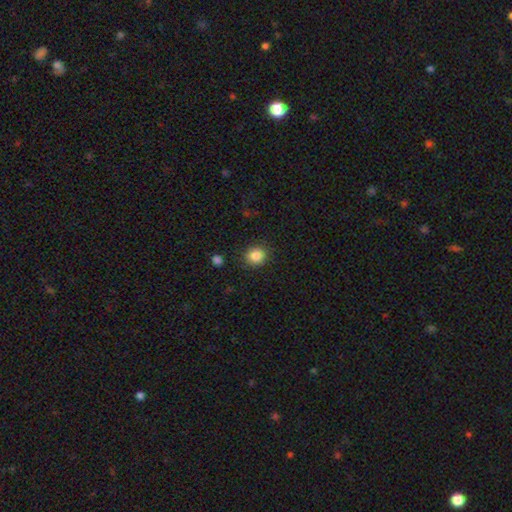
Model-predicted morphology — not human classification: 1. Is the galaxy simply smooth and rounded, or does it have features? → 86% smooth, 10% star or artifact, 4% featured or disk.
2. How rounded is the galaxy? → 81% round, 18% in between, 1% cigar-shaped.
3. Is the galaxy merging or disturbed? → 87% none, 8% minor disturbance, 3% major disturbance, 2% merger.